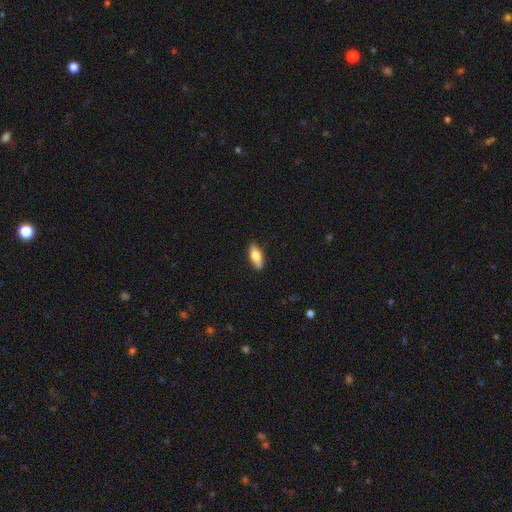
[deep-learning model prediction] smooth_or_featured: smooth (p=0.73) [alt: featured or disk p=0.21]
how_rounded: in between (p=0.74) [alt: cigar-shaped p=0.23]
merging: none (p=0.87) [alt: minor disturbance p=0.10]